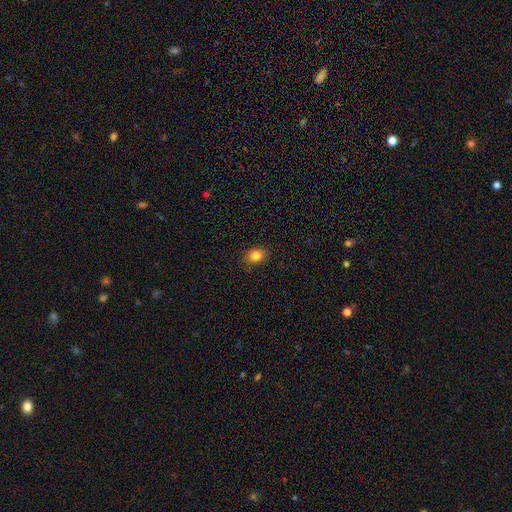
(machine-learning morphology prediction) Overall: smooth (83%). How rounded: in between (62%; round 37%). Merging: none (87%).